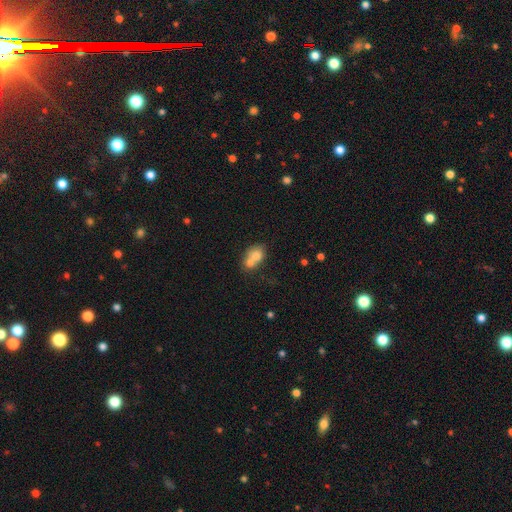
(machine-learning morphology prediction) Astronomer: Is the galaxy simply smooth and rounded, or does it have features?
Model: smooth — 72%.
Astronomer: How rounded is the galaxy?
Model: round — 53% (runner-up: in between, 46%).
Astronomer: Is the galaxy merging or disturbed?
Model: merger — 64%.